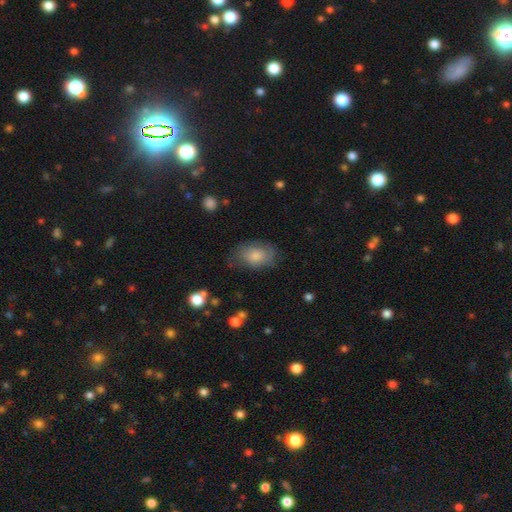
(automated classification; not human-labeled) smooth-or-featured: smooth: 77% | featured or disk: 16% | star or artifact: 7%
  how-rounded: in between: 87% | round: 11% | cigar-shaped: 1%
  merging: none: 64% | minor disturbance: 25% | major disturbance: 10% | merger: 2%